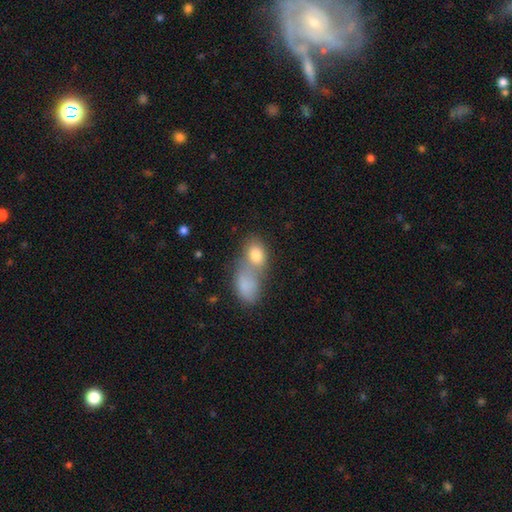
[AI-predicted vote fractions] smooth_or_featured: smooth (p=0.80) [alt: featured or disk p=0.11]
how_rounded: in between (p=0.74) [alt: round p=0.24]
merging: merger (p=0.61) [alt: none p=0.25]